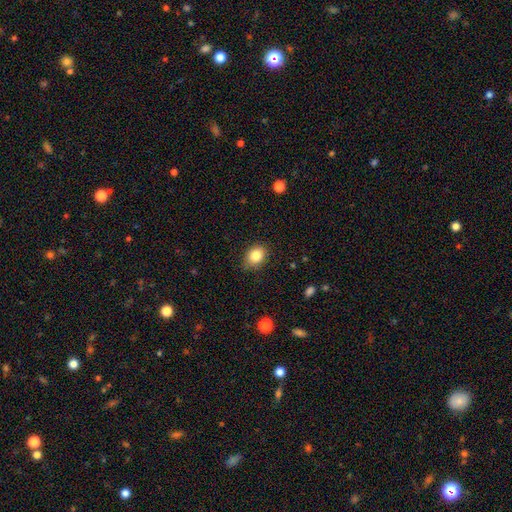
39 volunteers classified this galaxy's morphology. Smooth or featured: smooth — 90% (star or artifact — 8%)
How rounded: in between — 51% (round — 49%)
Merging: none — 78% (minor disturbance — 17%)